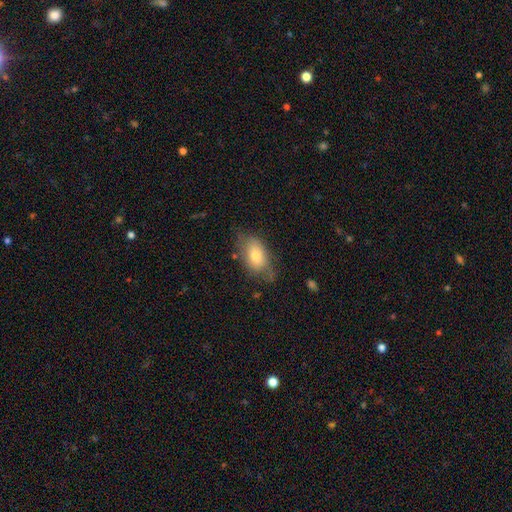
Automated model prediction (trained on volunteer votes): This appears to be a smooth galaxy with no disk features (69%) that is in between round and cigar-shaped (89%). Merging: none (59%).